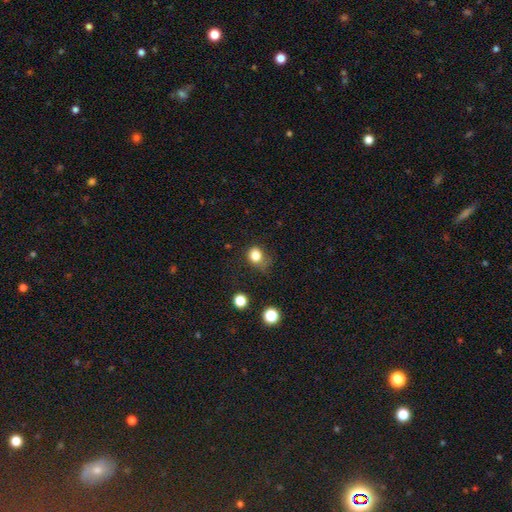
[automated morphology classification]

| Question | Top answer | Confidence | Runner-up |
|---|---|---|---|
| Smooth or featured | smooth | 82% | star or artifact (12%) |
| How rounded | round | 67% | in between (32%) |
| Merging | none | 52% | minor disturbance (31%) |